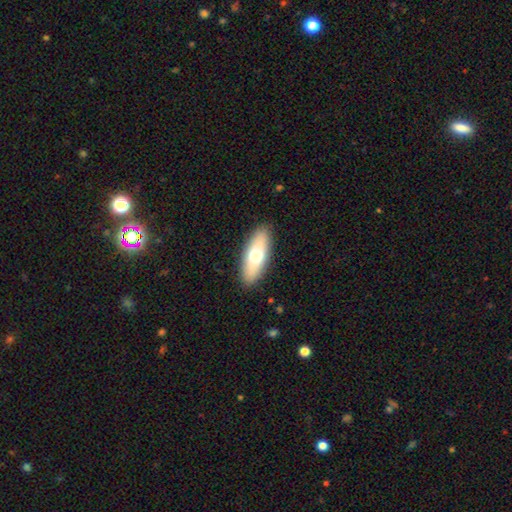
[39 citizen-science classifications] Smooth or featured? smooth (62%)
How rounded? in between (83%)
Merging? none (85%)